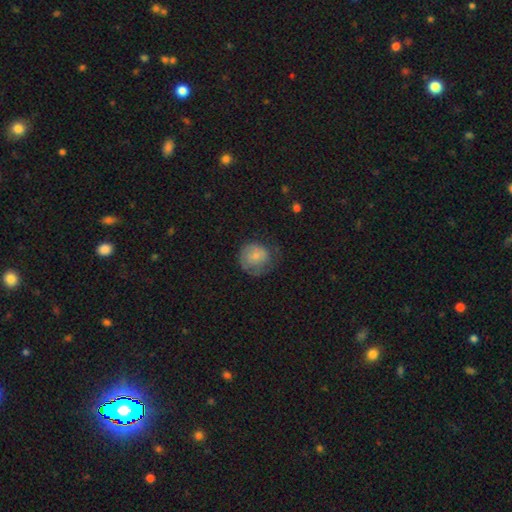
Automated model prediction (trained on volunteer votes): Overall: smooth (67%). How rounded: round (85%). Merging: none (49%; minor disturbance 29%).